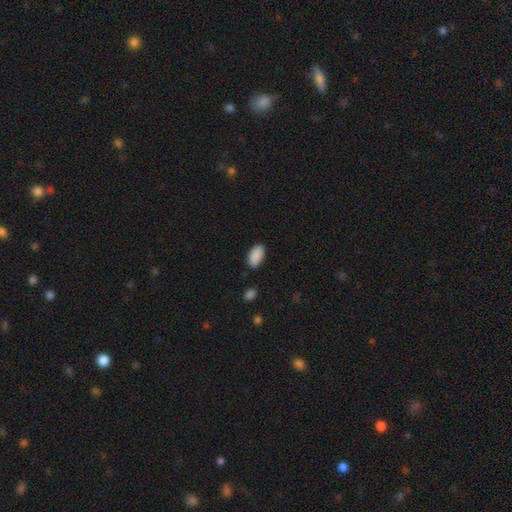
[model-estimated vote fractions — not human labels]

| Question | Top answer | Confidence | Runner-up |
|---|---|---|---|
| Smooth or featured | smooth | 90% | star or artifact (7%) |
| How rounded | in between | 94% | round (4%) |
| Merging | none | 85% | minor disturbance (11%) |